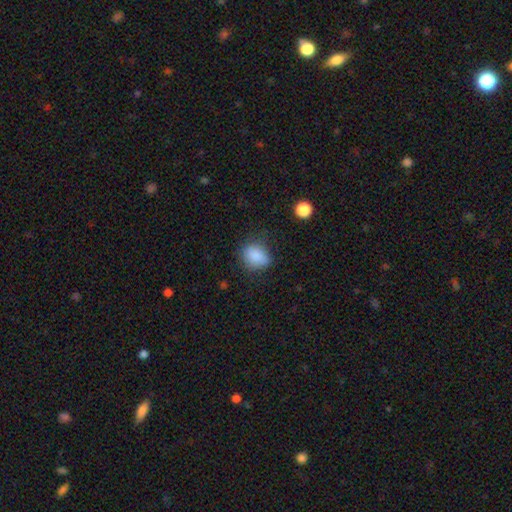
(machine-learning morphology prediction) A smooth galaxy with no disk features (85%) that is in between round and cigar-shaped (53%). Merging: none (70%).